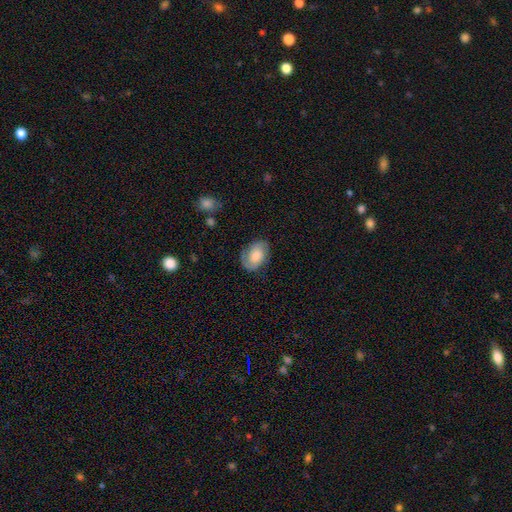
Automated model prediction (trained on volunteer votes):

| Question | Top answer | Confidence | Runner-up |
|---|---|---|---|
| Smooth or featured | featured or disk | 51% | smooth (42%) |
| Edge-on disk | no | 96% | yes (4%) |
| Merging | none | 77% | minor disturbance (16%) |